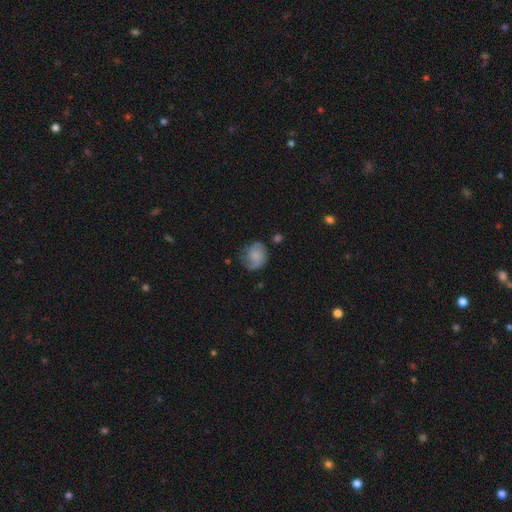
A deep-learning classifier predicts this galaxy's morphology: This appears to be a smooth galaxy with no disk features (54%) that is round (63%). Merging: none (51%).